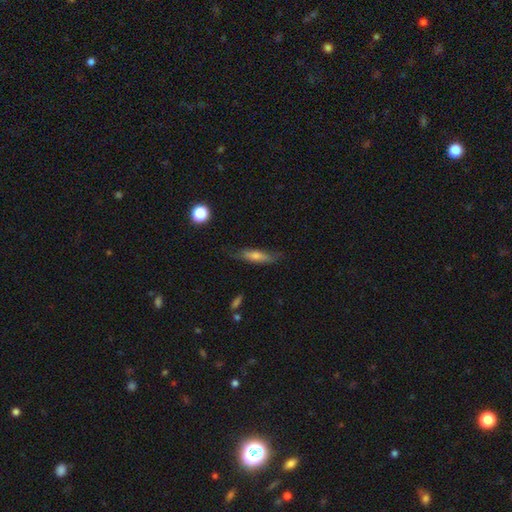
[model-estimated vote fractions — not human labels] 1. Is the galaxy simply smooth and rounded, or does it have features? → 51% smooth, 40% featured or disk, 9% star or artifact.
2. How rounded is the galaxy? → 73% cigar-shaped, 23% in between, 3% round.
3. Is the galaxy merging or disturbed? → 75% none, 18% minor disturbance, 5% major disturbance, 2% merger.